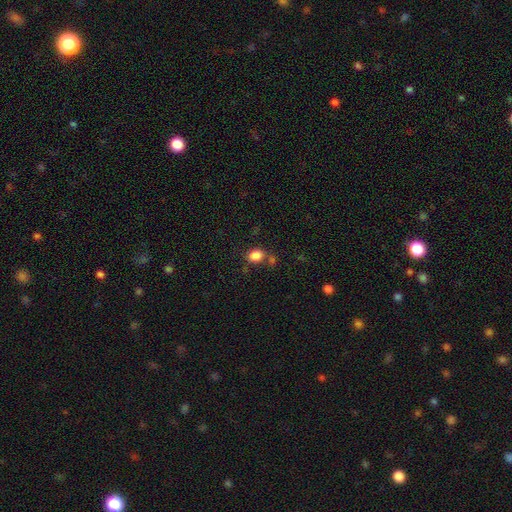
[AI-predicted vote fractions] Q: Smooth or featured?
A: smooth (85%); runner-up: star or artifact (10%)
Q: How rounded?
A: in between (54%); runner-up: round (45%)
Q: Merging?
A: none (64%); runner-up: merger (16%)